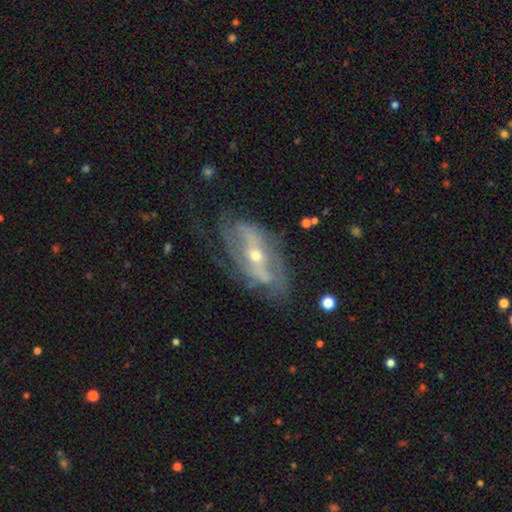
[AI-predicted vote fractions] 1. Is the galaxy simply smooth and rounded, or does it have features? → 81% featured or disk, 13% smooth, 6% star or artifact.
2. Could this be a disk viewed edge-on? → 88% no, 12% yes.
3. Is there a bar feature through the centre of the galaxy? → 41% strong, 30% weak, 29% no.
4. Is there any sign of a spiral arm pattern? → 76% yes, 24% no.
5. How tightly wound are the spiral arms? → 40% medium, 30% loose, 30% tight.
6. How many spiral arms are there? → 65% 2, 22% can't tell, 5% 3, 4% 1, 2% 4, 2% more than 4.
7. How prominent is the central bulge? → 51% small, 46% moderate, 2% large, 1% none, 1% dominant.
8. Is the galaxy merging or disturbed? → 59% none, 22% minor disturbance, 16% major disturbance, 2% merger.